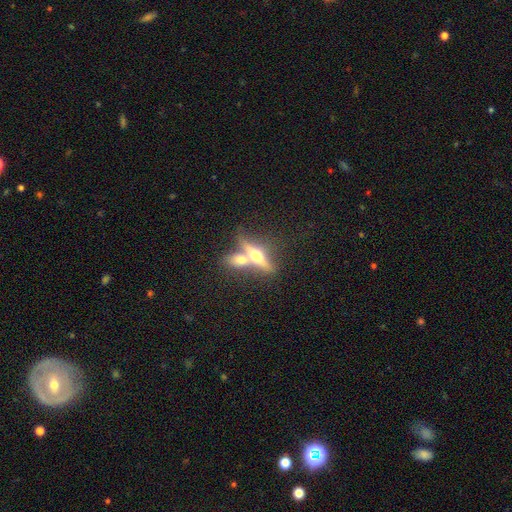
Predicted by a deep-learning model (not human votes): Overall: featured or disk (62%; smooth 31%). Edge-on disk: yes (89%). Edge-on bulge: rounded (95%). Merging: merger (46%; none 41%).